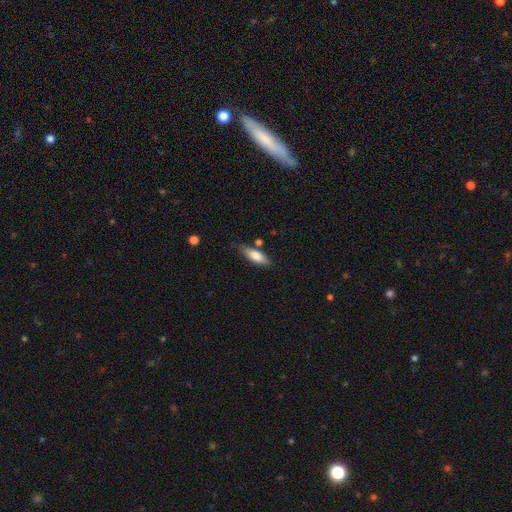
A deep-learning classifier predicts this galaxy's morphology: Smooth or featured? Predicted: smooth (p=0.77). How rounded? Predicted: in between (p=0.55). Merging? Predicted: none (p=0.70).